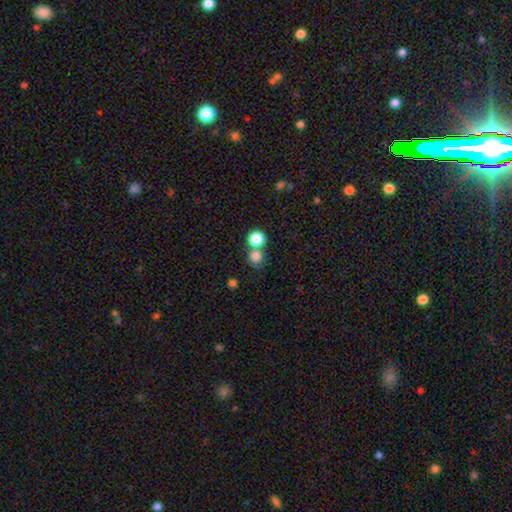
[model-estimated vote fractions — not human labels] Smooth or featured?
  - smooth: 80% *
  - star or artifact: 13%
  - featured or disk: 7%
How rounded?
  - round: 87% *
  - in between: 12%
  - cigar-shaped: 1%
Merging?
  - none: 53% *
  - merger: 36%
  - minor disturbance: 7%
  - major disturbance: 4%